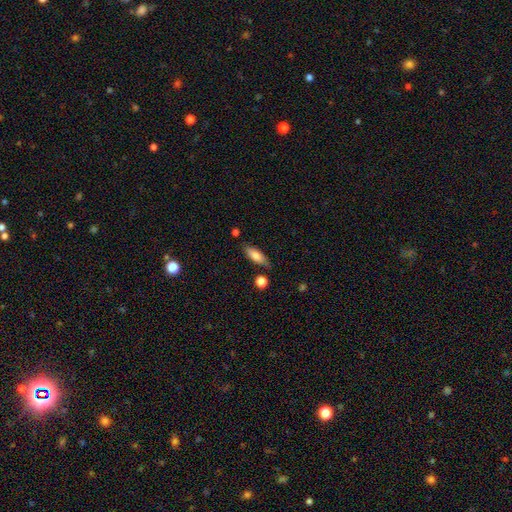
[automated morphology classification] A smooth galaxy with no disk features (77%) that is in between round and cigar-shaped (64%).

Vote fractions:
- Smooth or featured? smooth: 77% / featured or disk: 16% / star or artifact: 7%
- How rounded? in between: 64% / cigar-shaped: 34% / round: 3%
- Merging? none: 77% / minor disturbance: 15% / merger: 5% / major disturbance: 3%